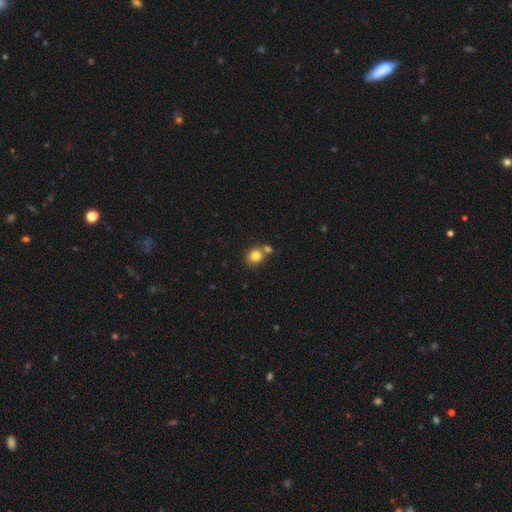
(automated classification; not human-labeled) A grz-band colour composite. It shows a smooth galaxy with no disk features (82%) that is round (76%). Merging: none (55%).